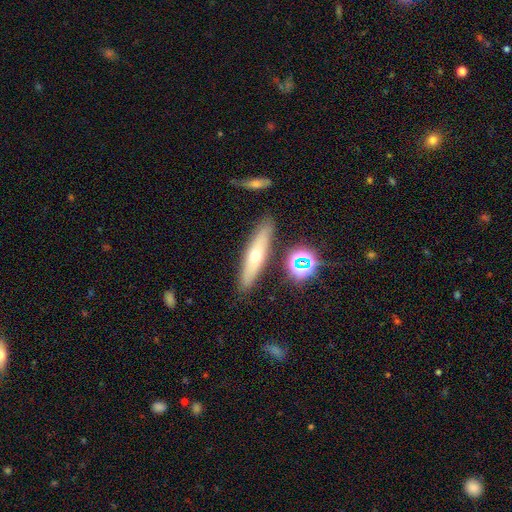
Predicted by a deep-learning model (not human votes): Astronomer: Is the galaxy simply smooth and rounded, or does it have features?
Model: featured or disk — 47% (runner-up: smooth, 42%).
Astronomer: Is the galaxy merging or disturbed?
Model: none — 84%.